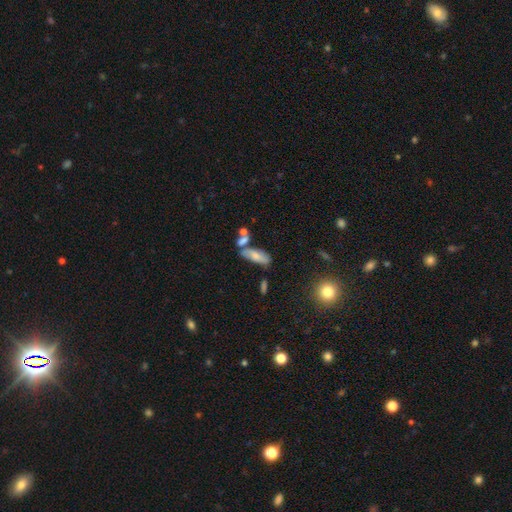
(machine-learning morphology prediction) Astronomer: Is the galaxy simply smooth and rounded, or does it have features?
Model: smooth — 67%.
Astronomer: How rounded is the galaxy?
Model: in between — 69%.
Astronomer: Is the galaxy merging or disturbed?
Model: none — 51%.